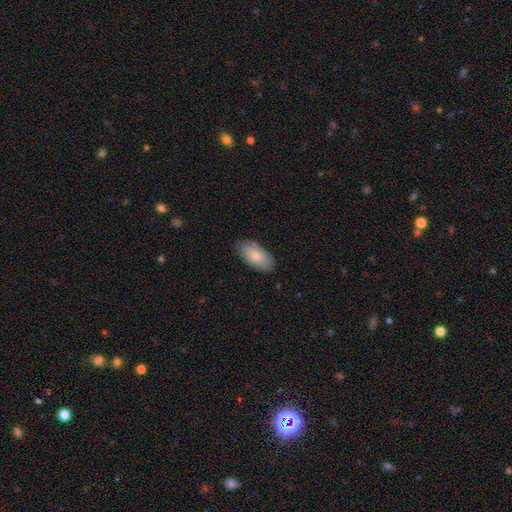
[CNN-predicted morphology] This appears to be a smooth galaxy with no disk features (79%) that is in between round and cigar-shaped (94%). Merging: none (84%).